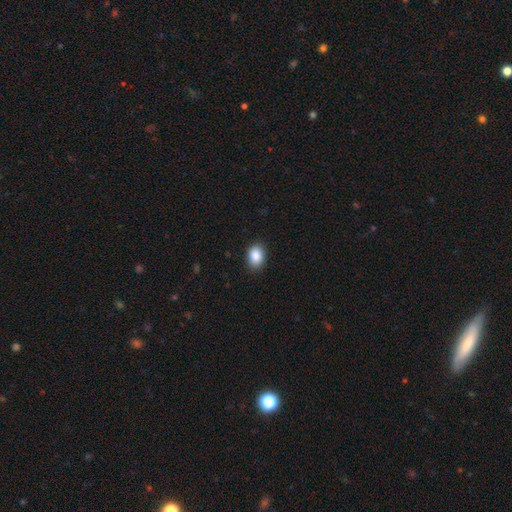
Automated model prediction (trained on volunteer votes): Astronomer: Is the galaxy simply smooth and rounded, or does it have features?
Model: smooth — 88%.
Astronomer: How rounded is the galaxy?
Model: in between — 74%.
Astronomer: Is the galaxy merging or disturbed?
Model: none — 86%.